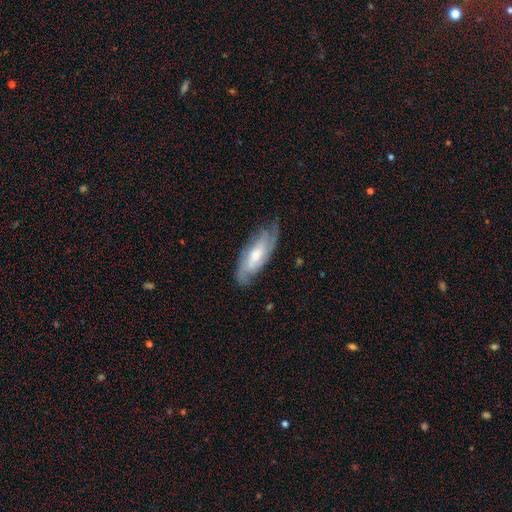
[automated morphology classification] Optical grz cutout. It shows a featured or disk galaxy (68%) with no bar (54%), 2 (39%) tight (44%) spiral arms (91%) and a moderate central bulge (54%). Merging: none (72%).